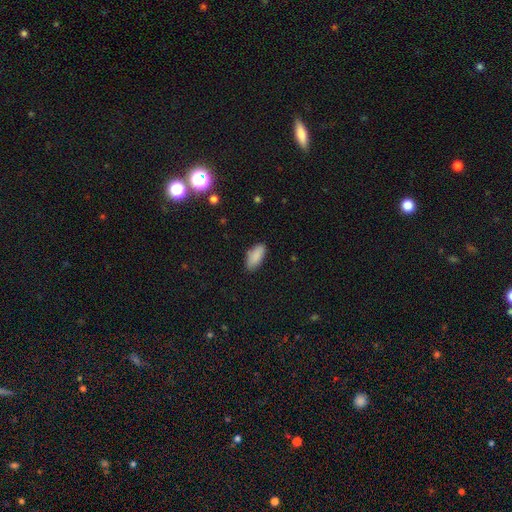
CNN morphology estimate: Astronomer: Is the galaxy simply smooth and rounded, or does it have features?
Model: smooth — 89%.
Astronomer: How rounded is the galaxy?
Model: in between — 87%.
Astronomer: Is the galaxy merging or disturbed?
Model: none — 84%.